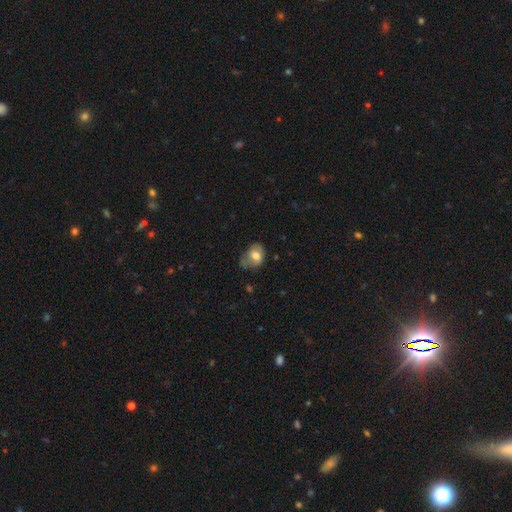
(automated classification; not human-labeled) Overall: smooth (68%). How rounded: in between (66%; round 33%). Merging: none (46%; minor disturbance 35%).